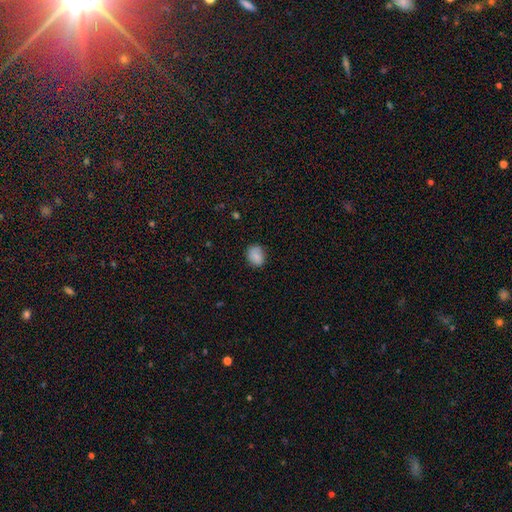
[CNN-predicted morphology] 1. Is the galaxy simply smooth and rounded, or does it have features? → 85% smooth, 9% star or artifact, 7% featured or disk.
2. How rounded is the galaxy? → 54% in between, 45% round, 1% cigar-shaped.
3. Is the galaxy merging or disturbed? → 78% none, 17% minor disturbance, 3% major disturbance, 1% merger.